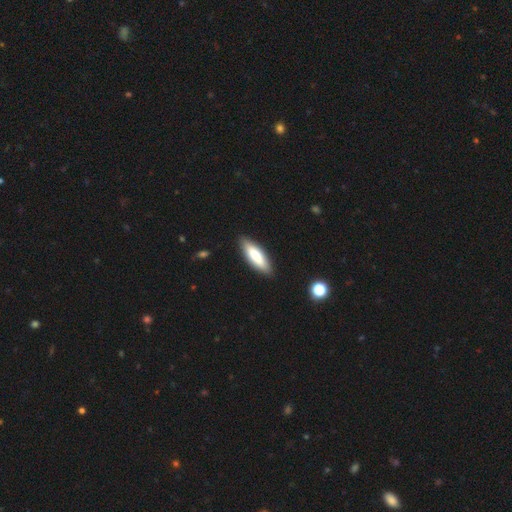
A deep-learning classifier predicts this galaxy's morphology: Overall: smooth (76%). How rounded: in between (52%; cigar-shaped 47%). Merging: none (88%).